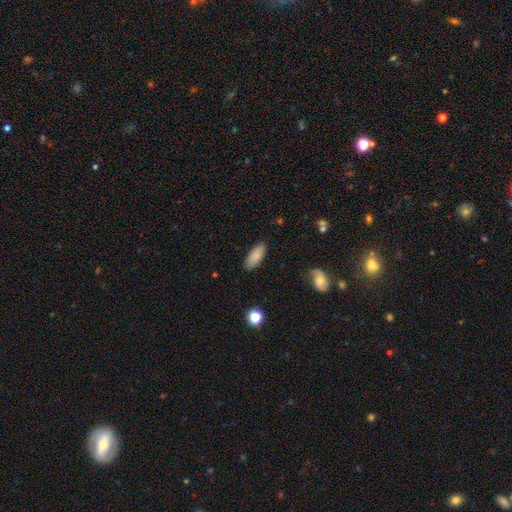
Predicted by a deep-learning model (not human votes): Smooth or featured? smooth (86%)
How rounded? in between (82%)
Merging? none (86%)